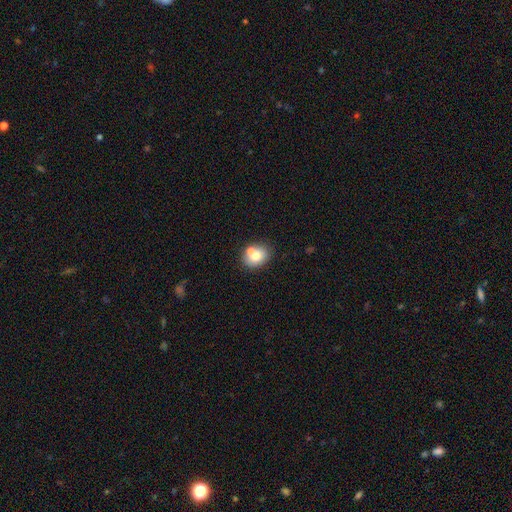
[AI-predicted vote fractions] smooth-or-featured: smooth: 74% | featured or disk: 17% | star or artifact: 9%
  how-rounded: in between: 53% | round: 46% | cigar-shaped: 1%
  merging: none: 61% | merger: 23% | minor disturbance: 12% | major disturbance: 3%